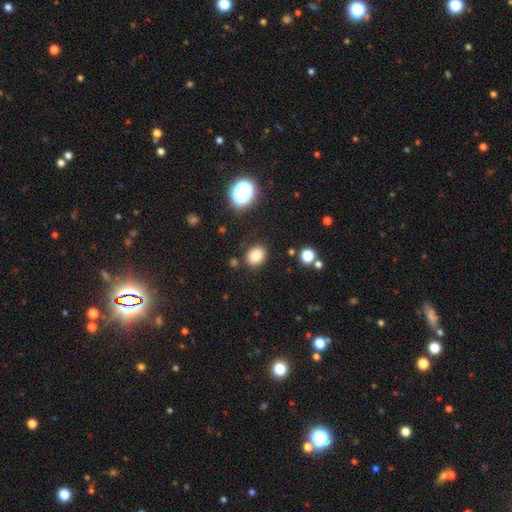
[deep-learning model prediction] Smooth or featured? smooth (83%)
How rounded? in between (52%)
Merging? none (86%)